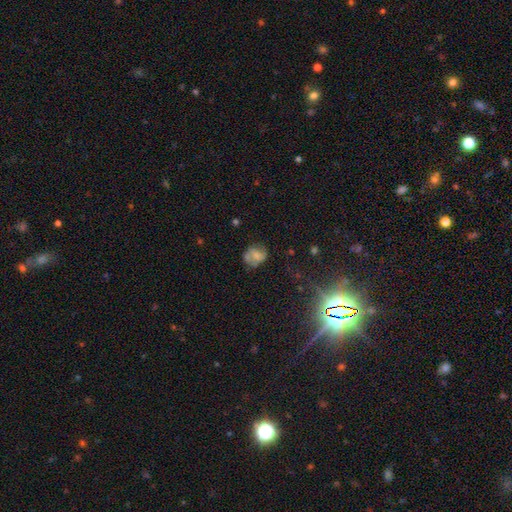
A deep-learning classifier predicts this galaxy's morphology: A featured or disk galaxy (45%). Merging: none (64%).